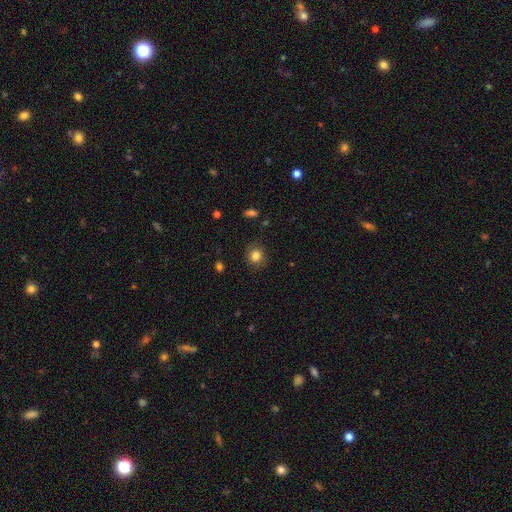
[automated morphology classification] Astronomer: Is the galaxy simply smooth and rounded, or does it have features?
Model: smooth — 82%.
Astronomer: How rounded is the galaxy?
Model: round — 86%.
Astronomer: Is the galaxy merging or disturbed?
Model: none — 85%.